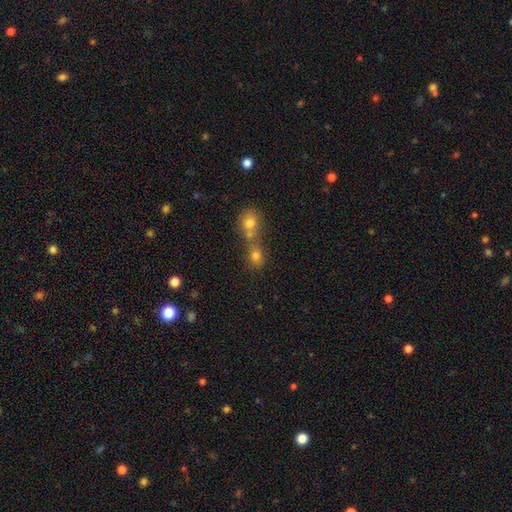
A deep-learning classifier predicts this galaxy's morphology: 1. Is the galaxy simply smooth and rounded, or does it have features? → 75% smooth, 14% star or artifact, 12% featured or disk.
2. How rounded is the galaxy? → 61% round, 37% in between, 2% cigar-shaped.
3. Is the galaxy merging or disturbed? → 60% merger, 30% none, 7% minor disturbance, 3% major disturbance.